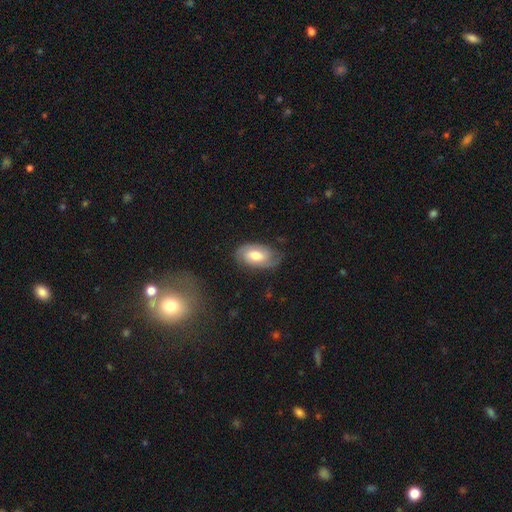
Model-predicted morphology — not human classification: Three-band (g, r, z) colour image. It shows a featured or disk galaxy (55%) with no bar (52%), spiral arms (84%) and a moderate central bulge (67%). Merging: none (69%).